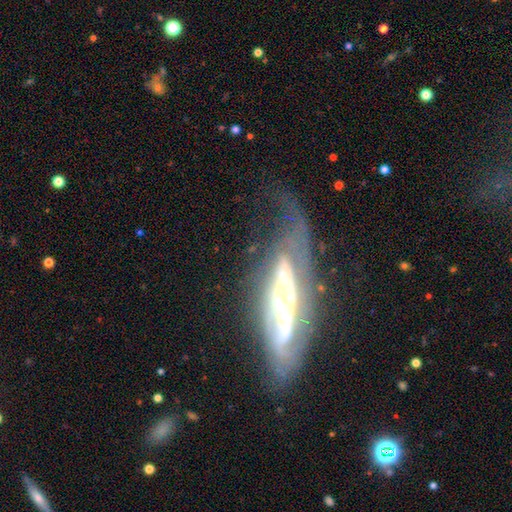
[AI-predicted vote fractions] A featured or disk galaxy (79%) viewed edge-on (52%). Merging: none (41%).